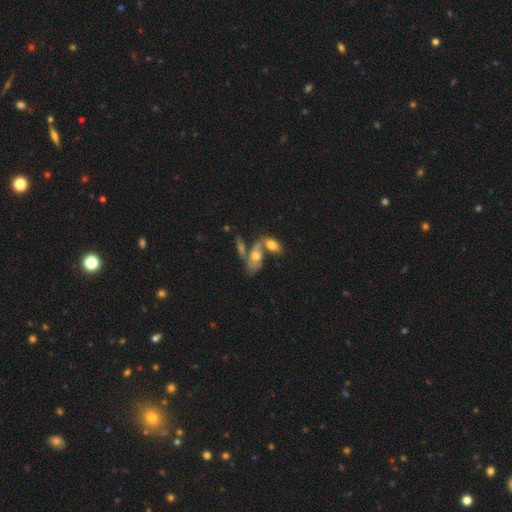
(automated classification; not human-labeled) The model was most divided on "smooth or featured": smooth: 54%, featured or disk: 36%, star or artifact: 9%. More confident: how rounded — in between (85%); merging — merger (57%).